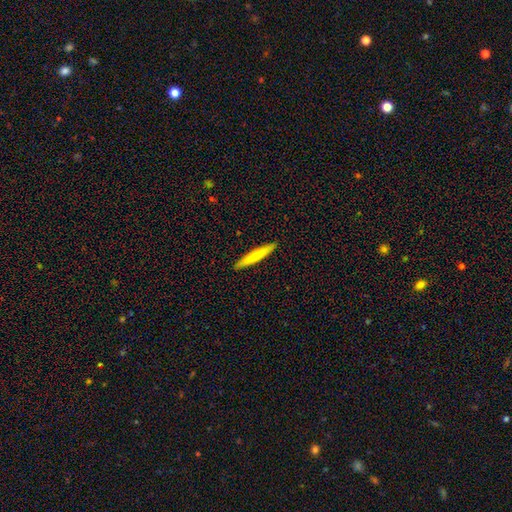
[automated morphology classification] type=smooth (63%); roundness=cigar-shaped (94%); merging=none (92%).